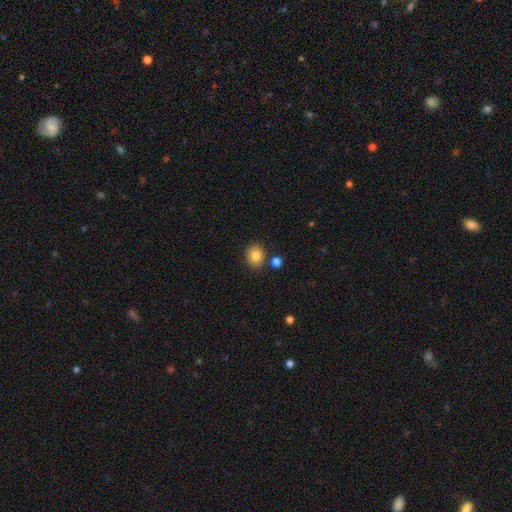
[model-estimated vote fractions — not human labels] Morphology: type=smooth (84%); roundness=round (69%); merging=none (82%).